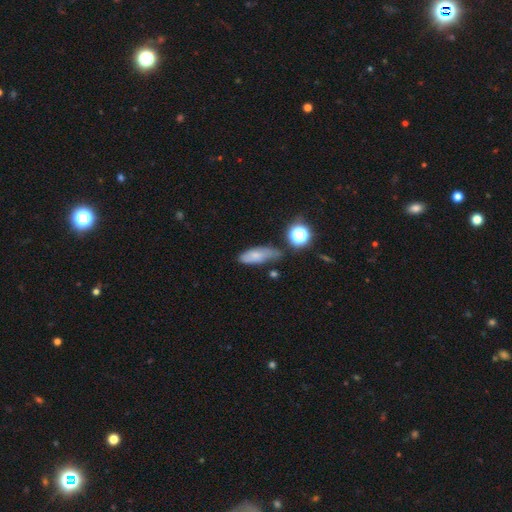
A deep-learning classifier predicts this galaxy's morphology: The model was most divided on "merging": none: 52%, minor disturbance: 32%, major disturbance: 9%, merger: 7%. More confident: smooth or featured — smooth (70%); how rounded — in between (68%).